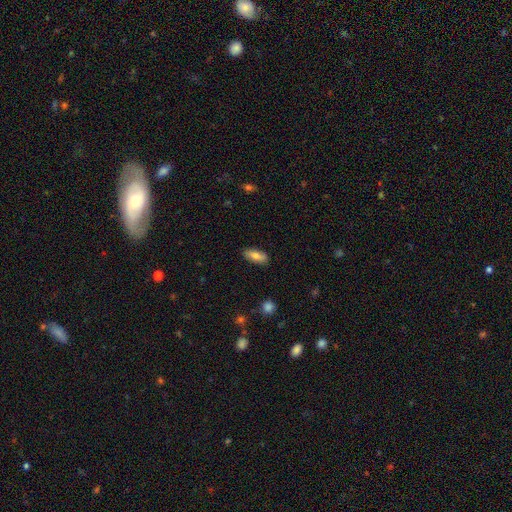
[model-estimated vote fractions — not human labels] The model was most divided on "how rounded": in between: 75%, cigar-shaped: 22%, round: 3%. More confident: merging — none (86%); smooth or featured — smooth (76%).